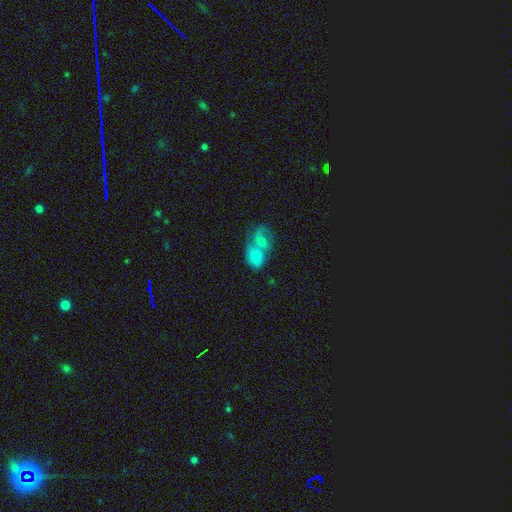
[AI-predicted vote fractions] The model was most divided on "smooth or featured": smooth: 63%, featured or disk: 28%, star or artifact: 9%. More confident: how rounded — in between (73%); merging — merger (71%).